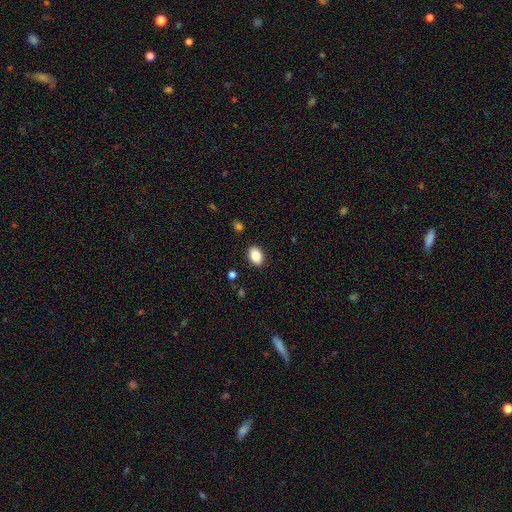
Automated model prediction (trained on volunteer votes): A smooth galaxy with no disk features (87%) that is in between round and cigar-shaped (83%).

Vote fractions:
- Smooth or featured? smooth: 87% / star or artifact: 8% / featured or disk: 5%
- How rounded? in between: 83% / round: 15% / cigar-shaped: 1%
- Merging? none: 88% / minor disturbance: 8% / major disturbance: 2% / merger: 1%